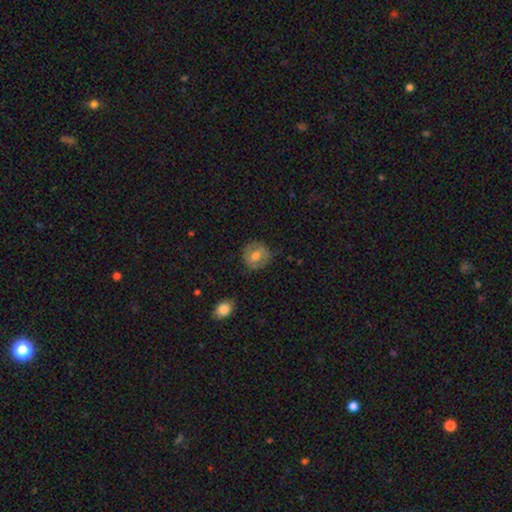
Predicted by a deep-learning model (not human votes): Q: Smooth or featured?
A: smooth (61%); runner-up: featured or disk (32%)
Q: How rounded?
A: round (87%); runner-up: in between (12%)
Q: Merging?
A: none (80%); runner-up: minor disturbance (15%)